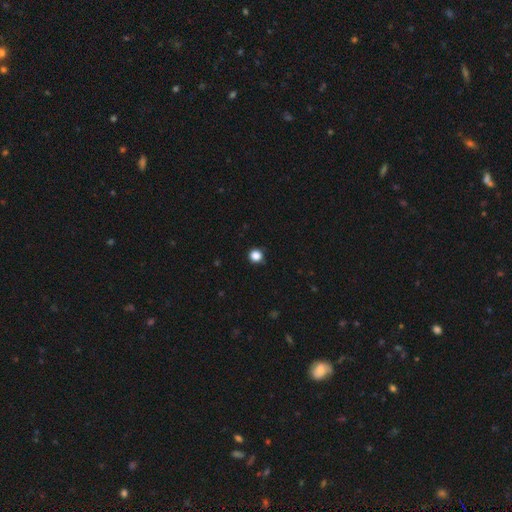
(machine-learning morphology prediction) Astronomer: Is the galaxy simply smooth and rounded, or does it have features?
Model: smooth — 85%.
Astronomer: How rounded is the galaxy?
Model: round — 94%.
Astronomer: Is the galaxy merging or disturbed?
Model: none — 90%.